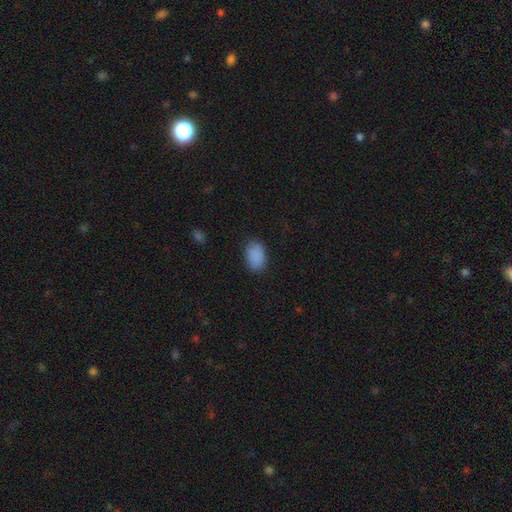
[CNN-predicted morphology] The model was most divided on "merging": none: 83%, minor disturbance: 12%, major disturbance: 3%, merger: 1%. More confident: smooth or featured — smooth (88%); how rounded — in between (86%).